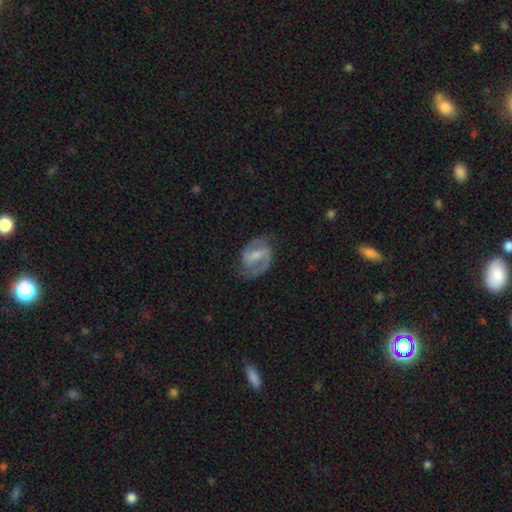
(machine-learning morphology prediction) smooth-or-featured: featured or disk: 83% | smooth: 12% | star or artifact: 5%
  disk-edge-on: no: 98% | yes: 2%
    bar: weak: 51% | strong: 31% | no: 18%
    has-spiral-arms: yes: 94% | no: 6%
      spiral-winding: medium: 55% | tight: 25% | loose: 20%
      spiral-arm-count: 2: 89% | can't tell: 5% | 1: 4% | 3: 1% | 4: 1% | more than 4: 1%
    bulge-size: moderate: 45% | small: 39% | none: 10% | large: 5% | dominant: 1%
  merging: none: 72% | minor disturbance: 18% | major disturbance: 8% | merger: 1%